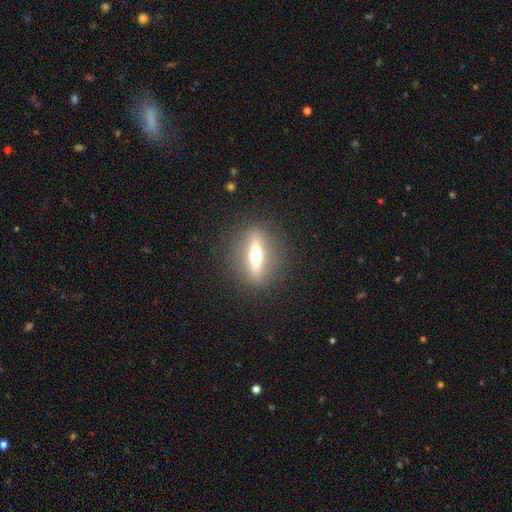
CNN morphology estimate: type=featured or disk (52%); edge-on=yes (75%); merging=none (87%).